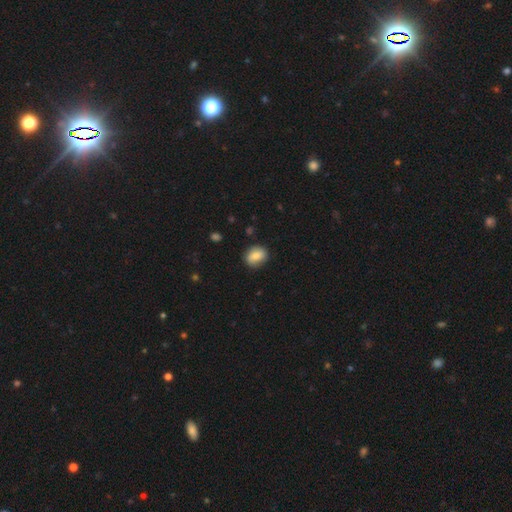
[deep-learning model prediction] A smooth galaxy with no disk features (83%) that is in between round and cigar-shaped (58%). Merging: none (80%).